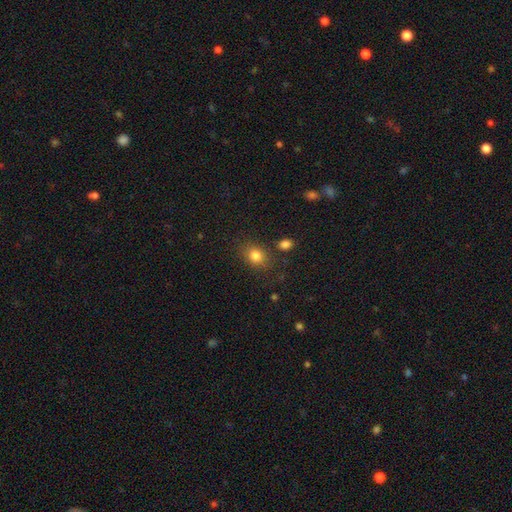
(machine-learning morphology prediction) This is clearly a smooth galaxy (82%). How rounded: possibly round (50%). Merging: likely none (77%).